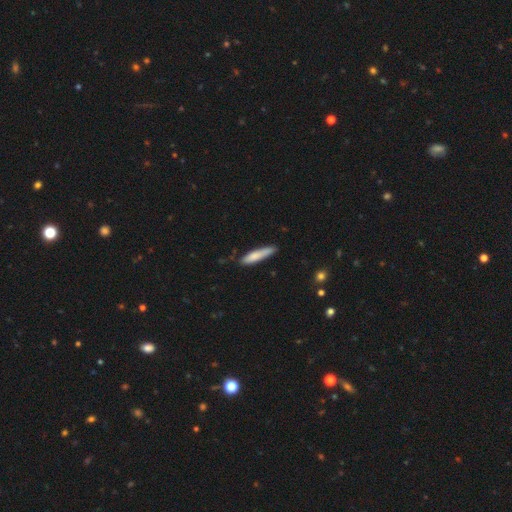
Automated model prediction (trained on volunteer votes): Smooth or featured?
  - smooth: 79% *
  - featured or disk: 15%
  - star or artifact: 6%
How rounded?
  - cigar-shaped: 86% *
  - in between: 13%
  - round: 1%
Merging?
  - none: 76% *
  - minor disturbance: 19%
  - major disturbance: 3%
  - merger: 2%